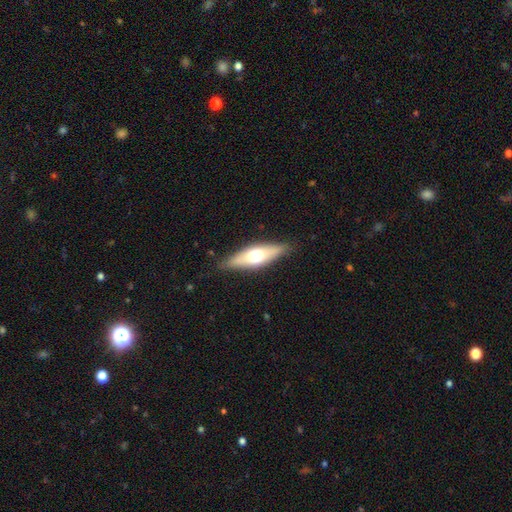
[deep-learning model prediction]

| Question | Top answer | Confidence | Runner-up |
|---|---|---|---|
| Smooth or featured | smooth | 50% | featured or disk (44%) |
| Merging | none | 83% | minor disturbance (13%) |